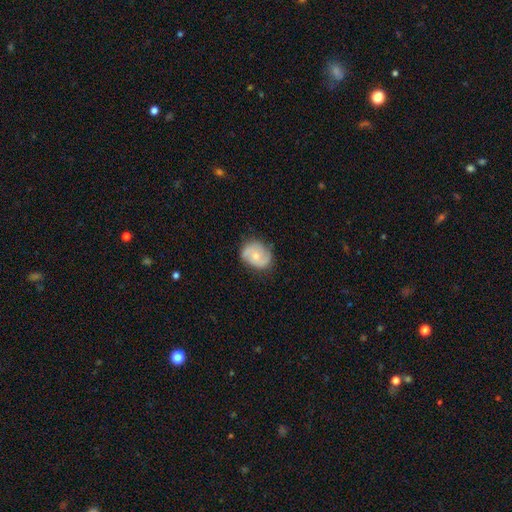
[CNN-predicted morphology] Smooth or featured?
  - featured or disk: 56% *
  - smooth: 37%
  - star or artifact: 7%
Edge-on disk?
  - no: 97% *
  - yes: 3%
Bar?
  - no: 69% *
  - weak: 27%
  - strong: 4%
Spiral arms?
  - yes: 88% *
  - no: 12%
Bulge size?
  - small: 53% *
  - moderate: 41%
  - none: 3%
  - large: 2%
  - dominant: 1%
Merging?
  - none: 75% *
  - minor disturbance: 19%
  - major disturbance: 5%
  - merger: 1%